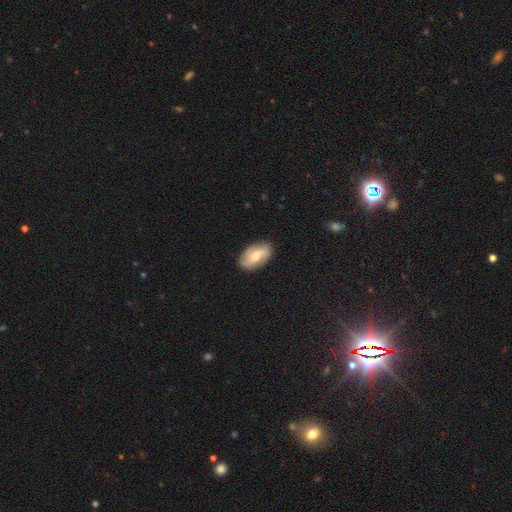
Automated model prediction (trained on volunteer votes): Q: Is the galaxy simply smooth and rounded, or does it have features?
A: featured or disk — 60%.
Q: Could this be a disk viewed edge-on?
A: no — 95%.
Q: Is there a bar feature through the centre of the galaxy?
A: weak — 47%.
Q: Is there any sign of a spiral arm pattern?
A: yes — 89%.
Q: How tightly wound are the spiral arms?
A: loose — 44%.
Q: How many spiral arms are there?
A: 2 — 63%.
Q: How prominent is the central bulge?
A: moderate — 56%.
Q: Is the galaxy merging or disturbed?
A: none — 82%.